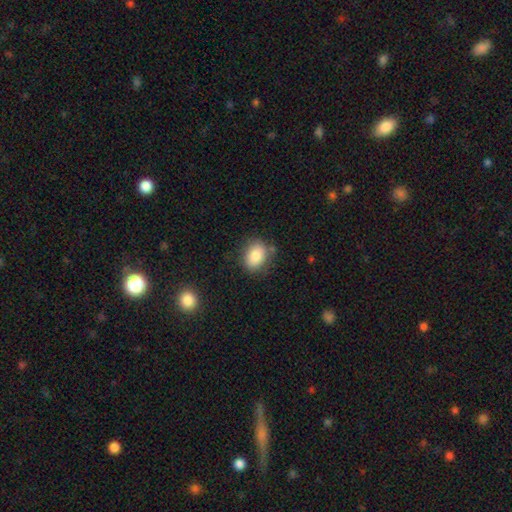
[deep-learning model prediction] The model was most divided on "how rounded": in between: 63%, round: 36%, cigar-shaped: 1%. More confident: smooth or featured — smooth (83%); merging — none (78%).